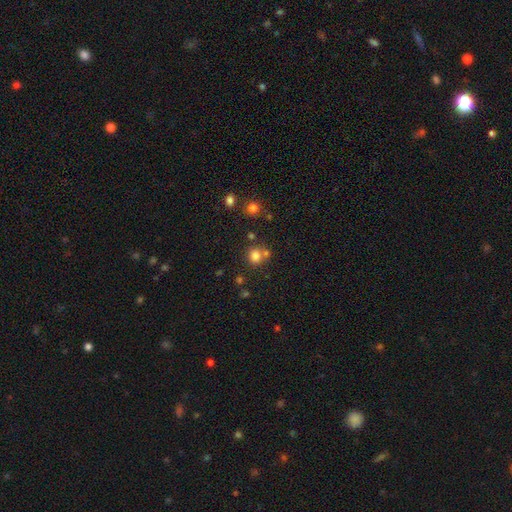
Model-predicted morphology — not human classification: Smooth or featured? Predicted: smooth (p=0.78). How rounded? Predicted: round (p=0.84). Merging? Predicted: none (p=0.64).